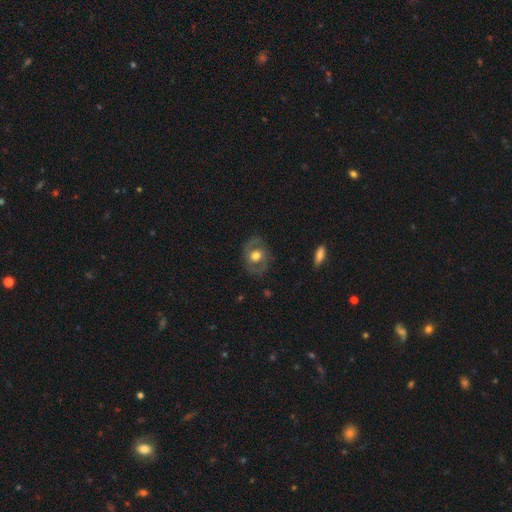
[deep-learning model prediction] Q: Smooth or featured?
A: featured or disk (57%); runner-up: smooth (36%)
Q: Edge-on disk?
A: no (94%); runner-up: yes (6%)
Q: Bar?
A: no (69%); runner-up: weak (24%)
Q: Spiral arms?
A: no (50%); tied with: yes (50%)
Q: Bulge size?
A: moderate (57%); runner-up: large (34%)
Q: Merging?
A: none (78%); runner-up: minor disturbance (14%)